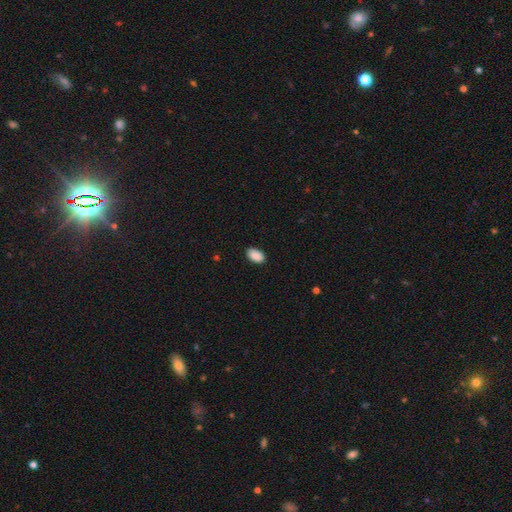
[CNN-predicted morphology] This is clearly a smooth galaxy (91%). How rounded: clearly in between (93%). Merging: clearly none (88%).